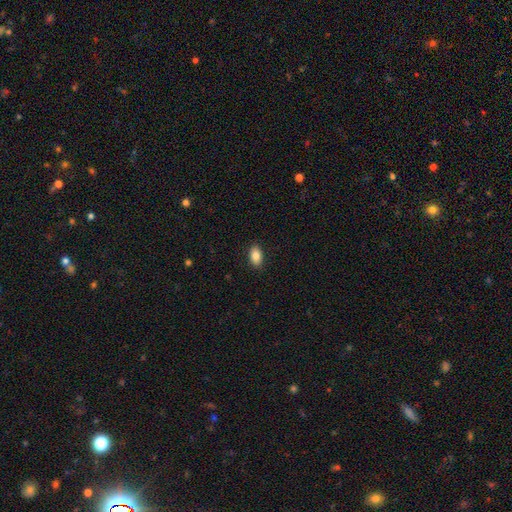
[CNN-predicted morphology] Smooth or featured? smooth (86%)
How rounded? in between (91%)
Merging? none (89%)